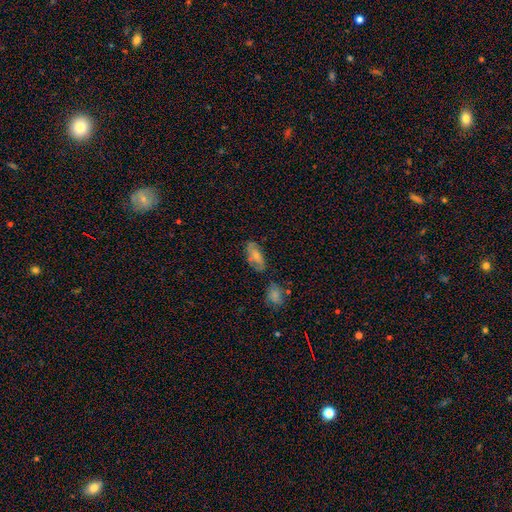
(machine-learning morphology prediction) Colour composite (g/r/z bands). It shows a smooth galaxy with no disk features (66%) that is in between round and cigar-shaped (85%). Merging: none (62%).